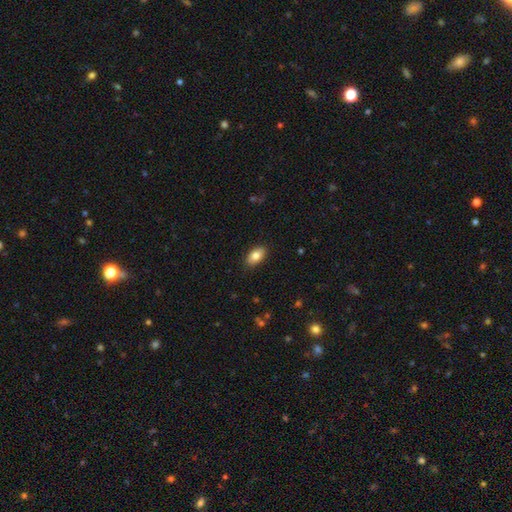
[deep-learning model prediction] smooth-or-featured: smooth: 81% | featured or disk: 12% | star or artifact: 7%
  how-rounded: in between: 92% | round: 5% | cigar-shaped: 3%
  merging: none: 88% | minor disturbance: 9% | major disturbance: 2% | merger: 1%